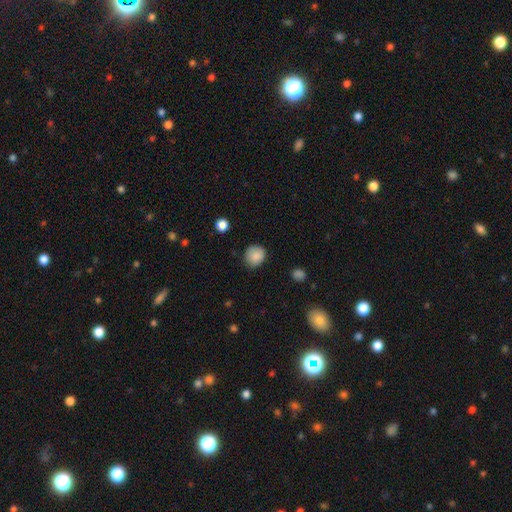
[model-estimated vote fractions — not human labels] Overall: smooth (87%). How rounded: round (82%). Merging: none (77%).